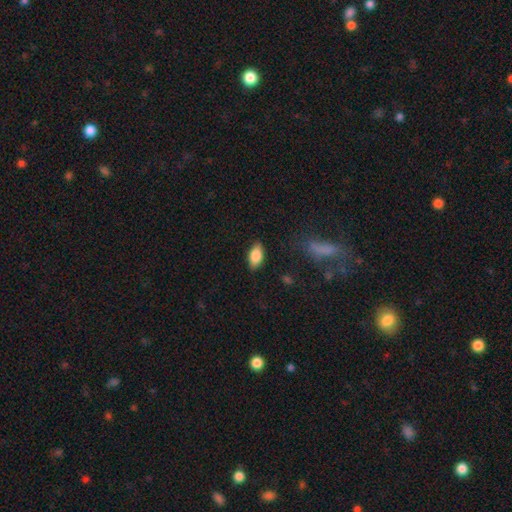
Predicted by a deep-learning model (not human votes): Morphology: type=smooth (83%); roundness=in between (91%); merging=none (84%).